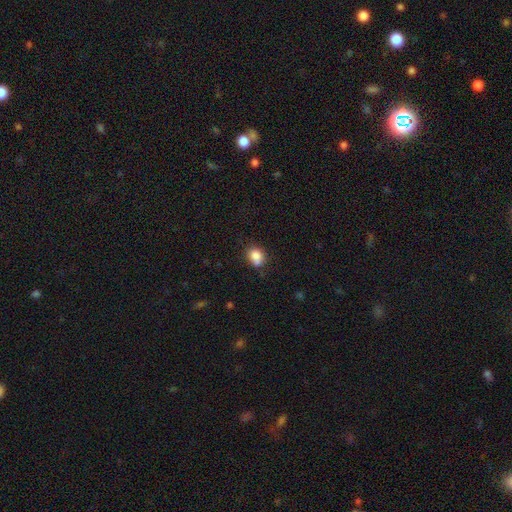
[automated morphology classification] This is clearly a smooth galaxy (82%). How rounded: possibly round (55%). Merging: possibly none (55%).